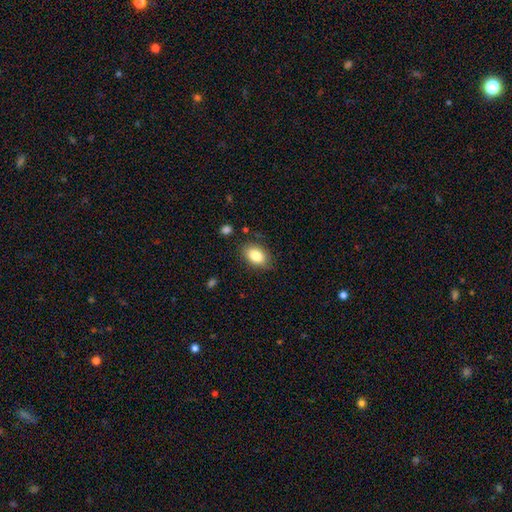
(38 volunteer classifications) Smooth or featured? 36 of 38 (95%) said smooth. How rounded? 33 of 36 (92%) said in between. Merging? 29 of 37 (78%) said none.